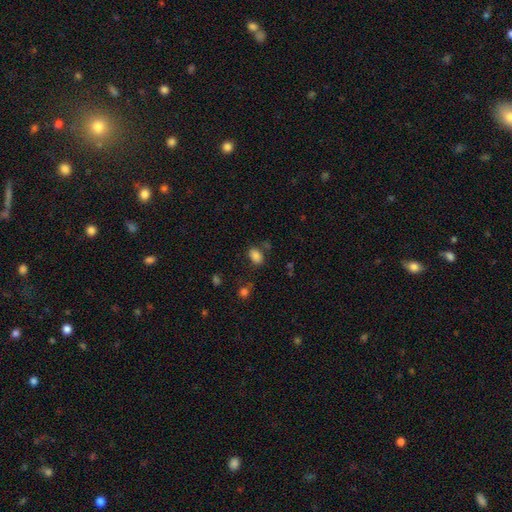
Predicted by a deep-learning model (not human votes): smooth_or_featured: smooth (p=0.83) [alt: star or artifact p=0.11]
how_rounded: in between (p=0.83) [alt: round p=0.16]
merging: none (p=0.72) [alt: minor disturbance p=0.16]